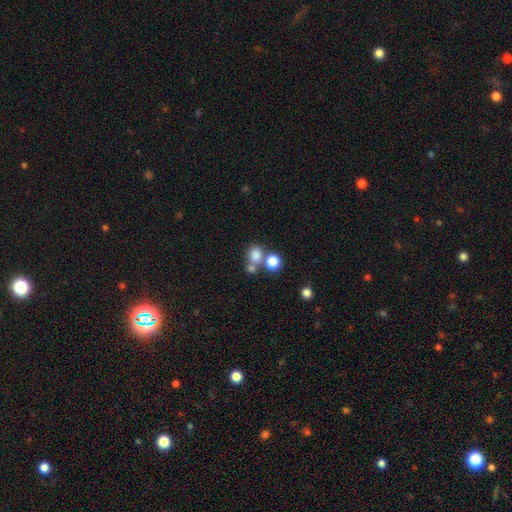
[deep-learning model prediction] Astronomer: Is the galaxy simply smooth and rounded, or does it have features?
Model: smooth — 78%.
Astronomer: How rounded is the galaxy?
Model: round — 70%.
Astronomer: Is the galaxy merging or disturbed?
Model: none — 47% (runner-up: merger, 40%).